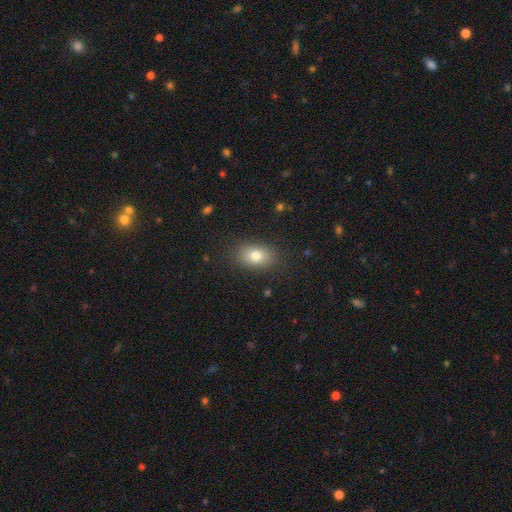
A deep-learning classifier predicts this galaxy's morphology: This is likely a smooth galaxy (79%). How rounded: clearly in between (85%). Merging: clearly none (85%).